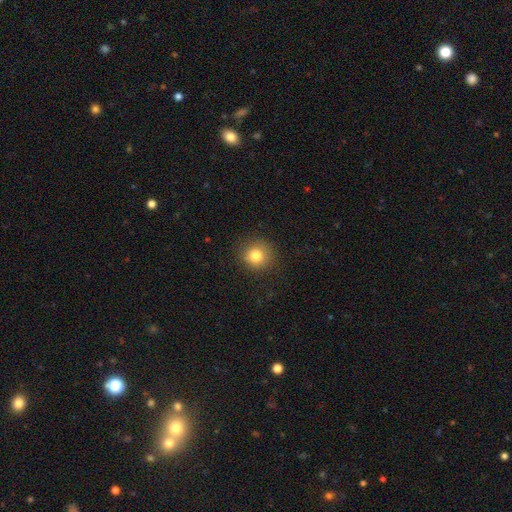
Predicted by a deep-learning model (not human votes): A smooth galaxy with no disk features (81%) that is round (91%).

Vote fractions:
- Smooth or featured? smooth: 81% / star or artifact: 12% / featured or disk: 7%
- How rounded? round: 91% / in between: 8% / cigar-shaped: 1%
- Merging? none: 87% / minor disturbance: 9% / major disturbance: 3% / merger: 1%